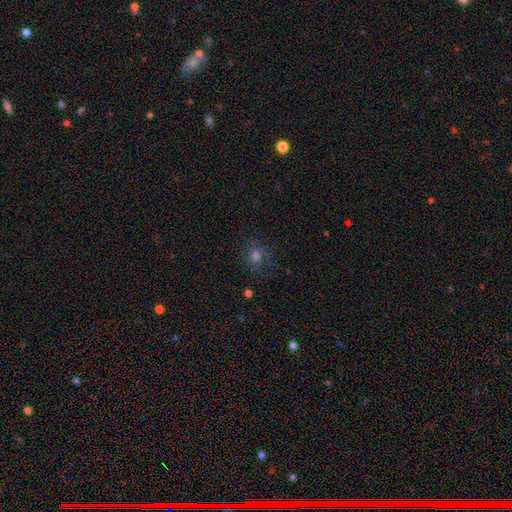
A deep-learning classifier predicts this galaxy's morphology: smooth-or-featured: smooth: 55% | star or artifact: 25% | featured or disk: 20%
  how-rounded: round: 77% | in between: 22% | cigar-shaped: 1%
  merging: none: 72% | minor disturbance: 16% | major disturbance: 10% | merger: 2%